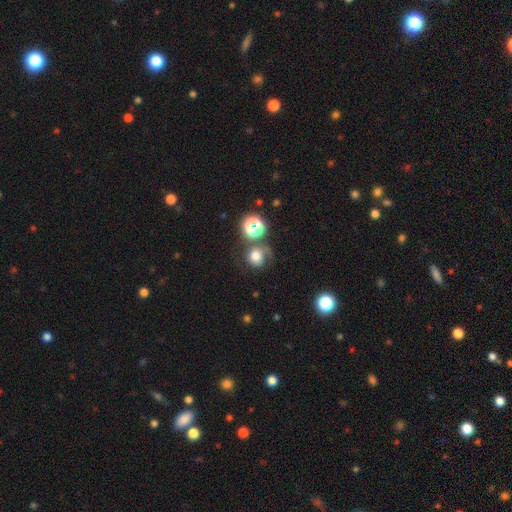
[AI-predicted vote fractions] The model was most divided on "merging": none: 47%, minor disturbance: 19%, merger: 17%, major disturbance: 17%. More confident: how rounded — round (81%); smooth or featured — smooth (65%).